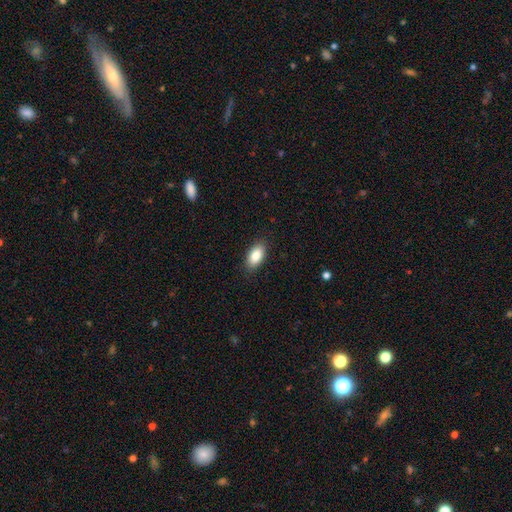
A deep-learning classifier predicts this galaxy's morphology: This appears to be a smooth galaxy with no disk features (85%) that is in between round and cigar-shaped (92%). Merging: none (88%).